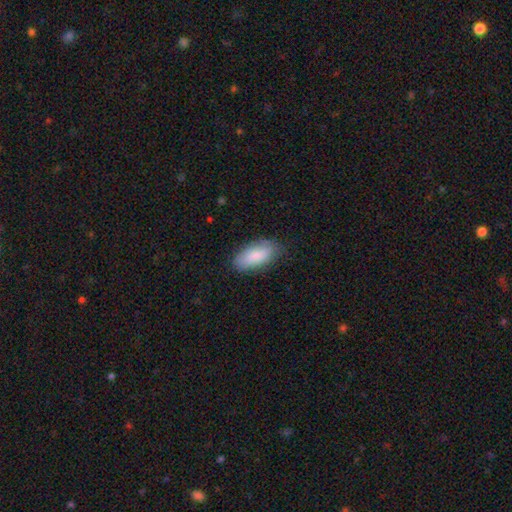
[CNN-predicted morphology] Smooth or featured?
  - smooth: 83% *
  - featured or disk: 11%
  - star or artifact: 6%
How rounded?
  - in between: 89% *
  - cigar-shaped: 9%
  - round: 2%
Merging?
  - none: 78% *
  - minor disturbance: 17%
  - major disturbance: 4%
  - merger: 1%